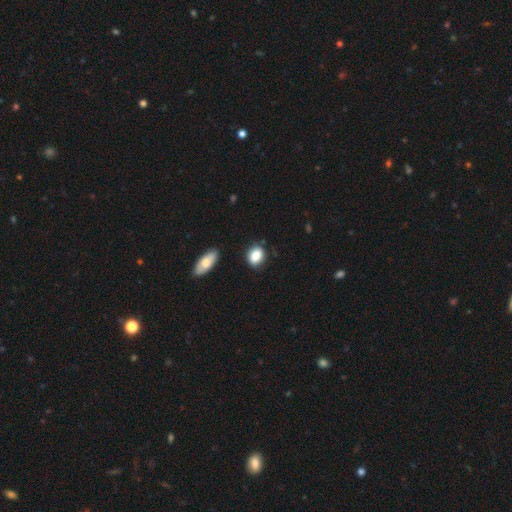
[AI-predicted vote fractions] Q: Smooth or featured?
A: smooth (85%); runner-up: star or artifact (8%)
Q: How rounded?
A: in between (70%); runner-up: round (28%)
Q: Merging?
A: none (80%); runner-up: minor disturbance (14%)